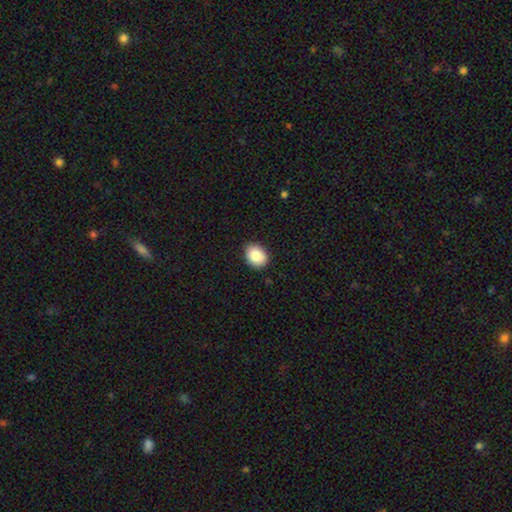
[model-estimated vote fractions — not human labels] Q: Smooth or featured?
A: smooth (86%); runner-up: star or artifact (8%)
Q: How rounded?
A: in between (60%); runner-up: round (39%)
Q: Merging?
A: none (87%); runner-up: minor disturbance (10%)